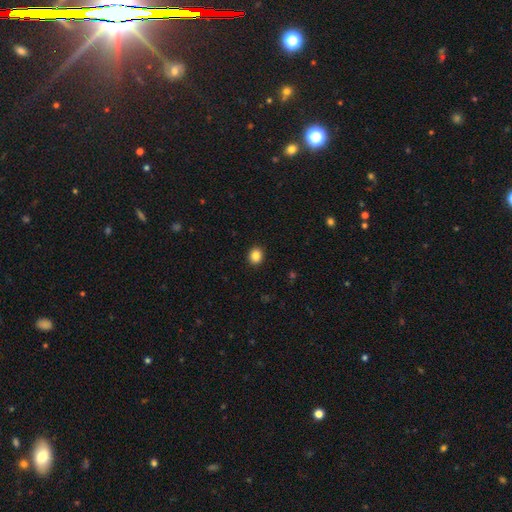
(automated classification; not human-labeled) Morphology: type=smooth (86%); roundness=round (71%); merging=none (92%).